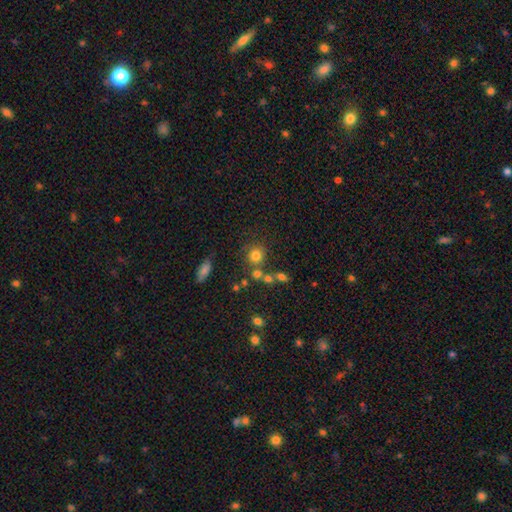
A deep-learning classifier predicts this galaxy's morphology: Overall: smooth (77%). How rounded: round (85%). Merging: none (66%).